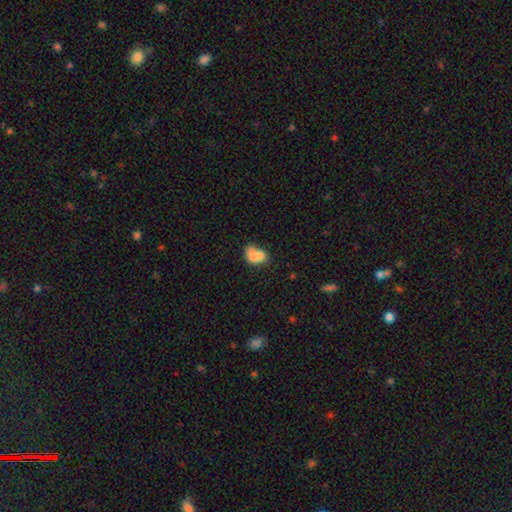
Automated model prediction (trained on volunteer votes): Smooth or featured: smooth — 71% (featured or disk — 19%)
How rounded: in between — 65% (round — 34%)
Merging: merger — 53% (none — 26%)